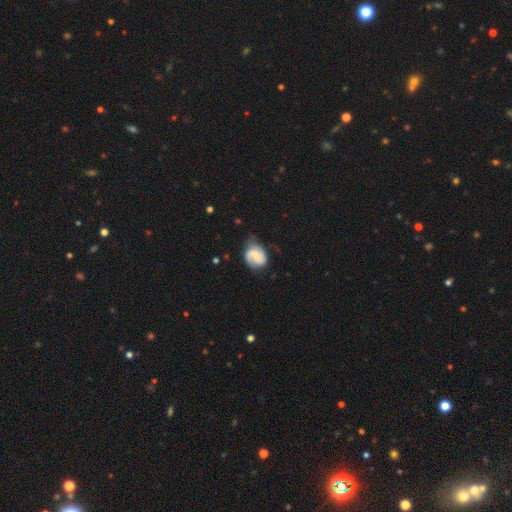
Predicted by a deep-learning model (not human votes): Smooth or featured? featured or disk (66%)
Edge-on disk? no (98%)
Bar? no (49%)
Spiral arms? yes (92%)
Spiral winding? medium (44%)
Spiral arm count? 2 (75%)
Bulge size? small (48%)
Merging? none (60%)